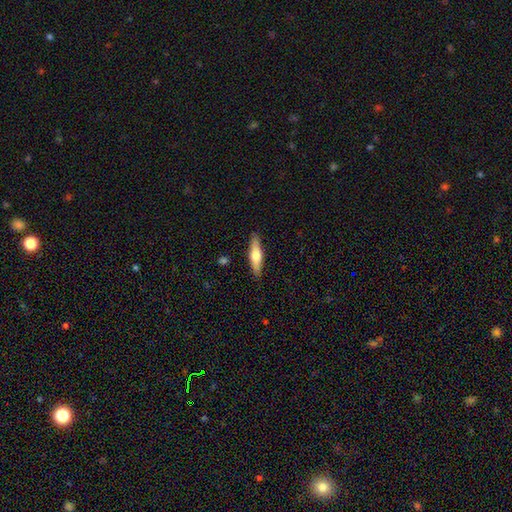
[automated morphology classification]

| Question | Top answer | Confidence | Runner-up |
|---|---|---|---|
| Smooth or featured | smooth | 50% | featured or disk (45%) |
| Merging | none | 89% | minor disturbance (8%) |